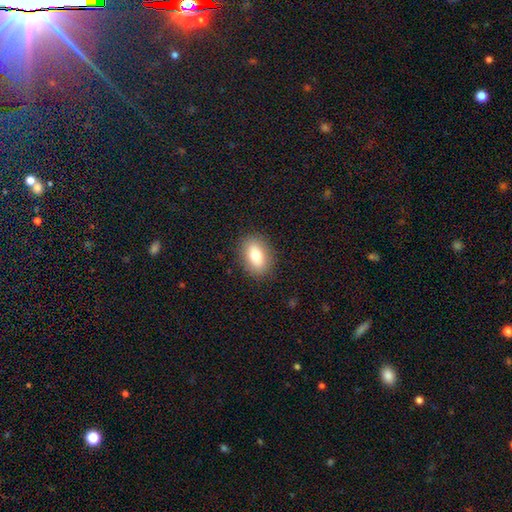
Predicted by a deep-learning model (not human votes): Morphology: type=smooth (77%); roundness=in between (83%); merging=none (87%).